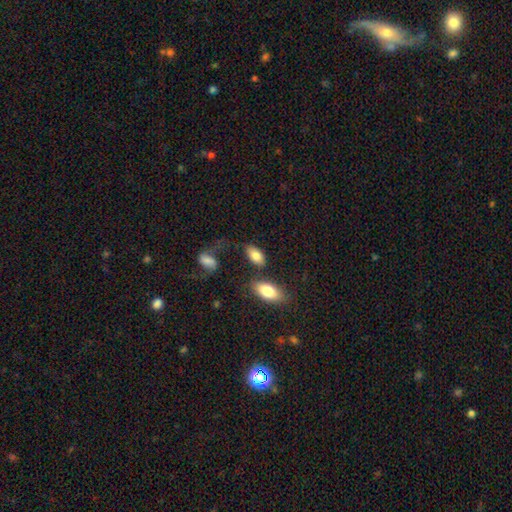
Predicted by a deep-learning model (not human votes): Q: Smooth or featured?
A: smooth (83%); runner-up: featured or disk (9%)
Q: How rounded?
A: in between (92%); runner-up: cigar-shaped (4%)
Q: Merging?
A: none (69%); runner-up: minor disturbance (16%)